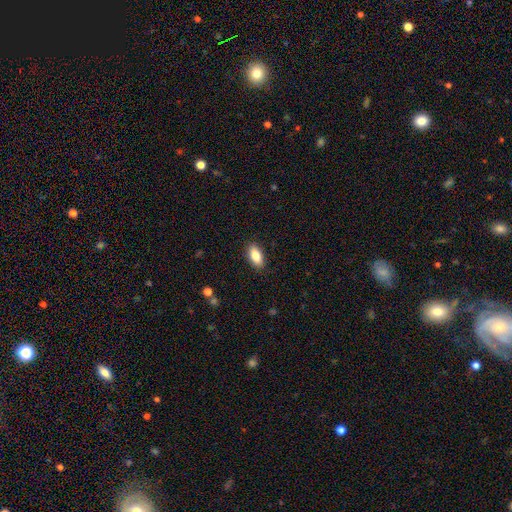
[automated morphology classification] This is clearly a smooth galaxy (84%). How rounded: clearly in between (89%). Merging: clearly none (89%).